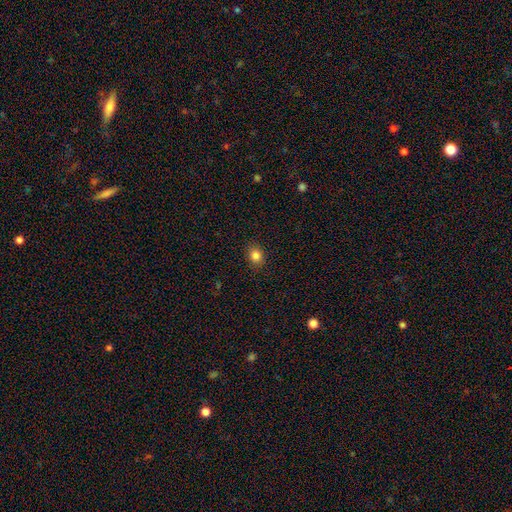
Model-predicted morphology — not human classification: smooth 84%, star or artifact 12%, featured or disk 4%. Down the decision tree: how rounded — round (65%); merging — none (89%).